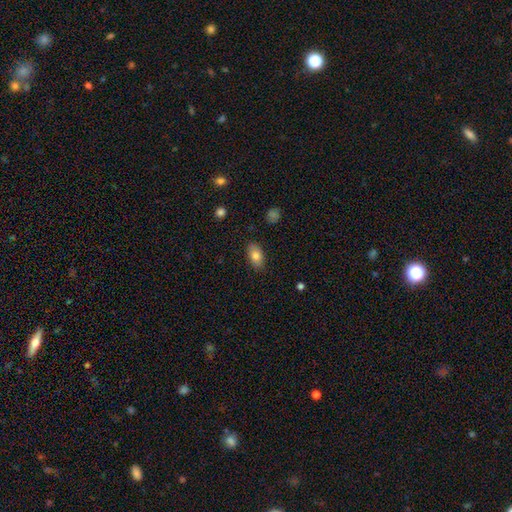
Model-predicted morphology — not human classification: smooth 81%, featured or disk 12%, star or artifact 7%. Down the decision tree: how rounded — in between (92%); merging — none (85%).